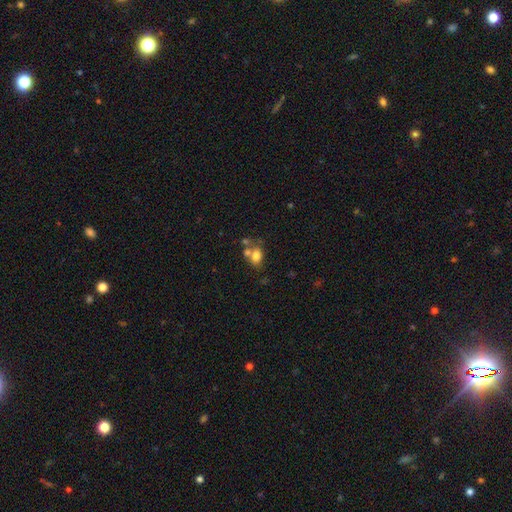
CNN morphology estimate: A smooth galaxy with no disk features (74%) that is in between round and cigar-shaped (69%).

Vote fractions:
- Smooth or featured? smooth: 74% / featured or disk: 14% / star or artifact: 12%
- How rounded? in between: 69% / round: 29% / cigar-shaped: 1%
- Merging? none: 44% / merger: 37% / minor disturbance: 13% / major disturbance: 6%